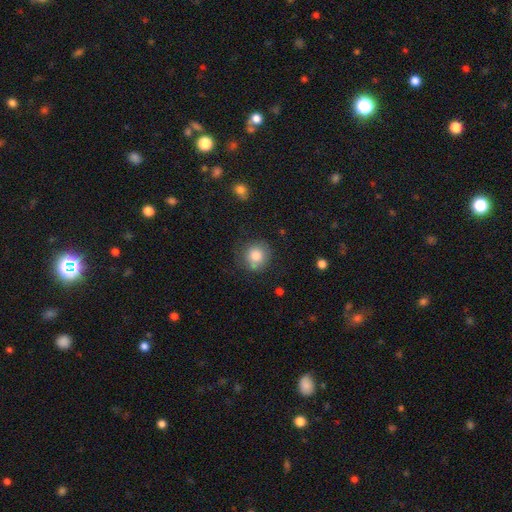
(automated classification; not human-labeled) This appears to be a smooth galaxy with no disk features (82%) that is round (88%). Merging: none (73%).